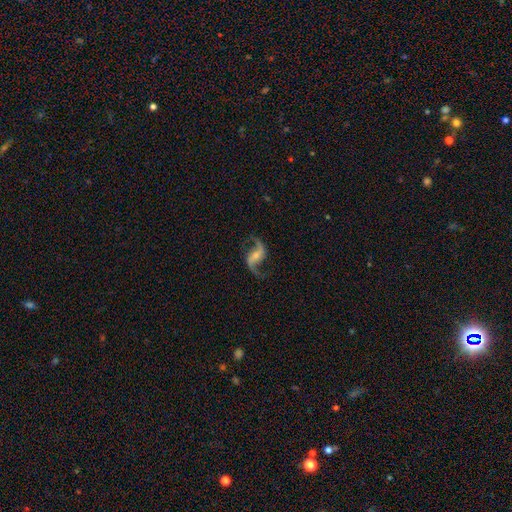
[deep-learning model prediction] Smooth or featured?
  - featured or disk: 91% *
  - star or artifact: 5%
  - smooth: 4%
Edge-on disk?
  - no: 97% *
  - yes: 3%
Bar?
  - weak: 39% *
  - strong: 31%
  - no: 30%
Spiral arms?
  - yes: 97% *
  - no: 3%
Spiral winding?
  - loose: 80% *
  - medium: 17%
  - tight: 3%
Spiral arm count?
  - 2: 94% *
  - 1: 2%
  - can't tell: 1%
  - 3: 1%
  - 4: 1%
  - more than 4: 1%
Bulge size?
  - small: 55% *
  - moderate: 33%
  - none: 7%
  - large: 4%
  - dominant: 1%
Merging?
  - none: 80% *
  - minor disturbance: 12%
  - major disturbance: 7%
  - merger: 2%